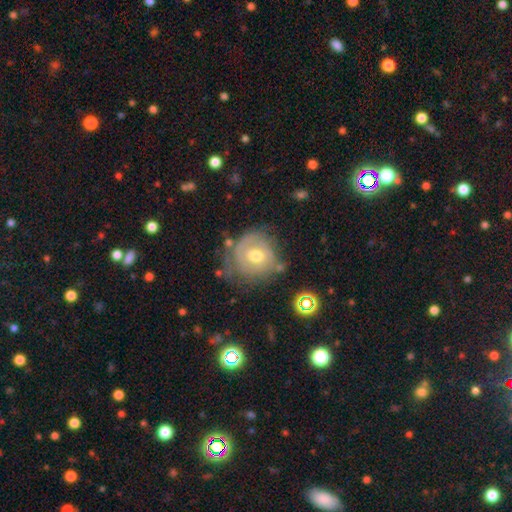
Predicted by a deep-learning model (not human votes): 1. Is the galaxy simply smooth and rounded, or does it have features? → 62% featured or disk, 29% smooth, 9% star or artifact.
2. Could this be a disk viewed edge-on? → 96% no, 4% yes.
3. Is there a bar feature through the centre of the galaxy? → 61% no, 32% weak, 7% strong.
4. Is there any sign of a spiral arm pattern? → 67% yes, 33% no.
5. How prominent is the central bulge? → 74% moderate, 17% small, 7% large, 1% none, 1% dominant.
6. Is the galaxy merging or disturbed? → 57% none, 25% minor disturbance, 13% major disturbance, 5% merger.